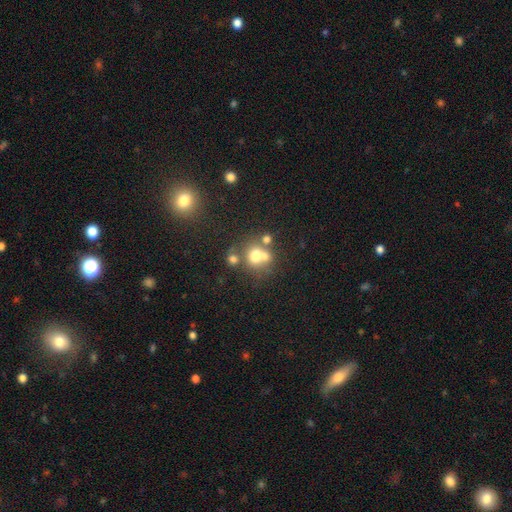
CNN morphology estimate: Smooth or featured? smooth (64%)
How rounded? round (78%)
Merging? merger (43%)